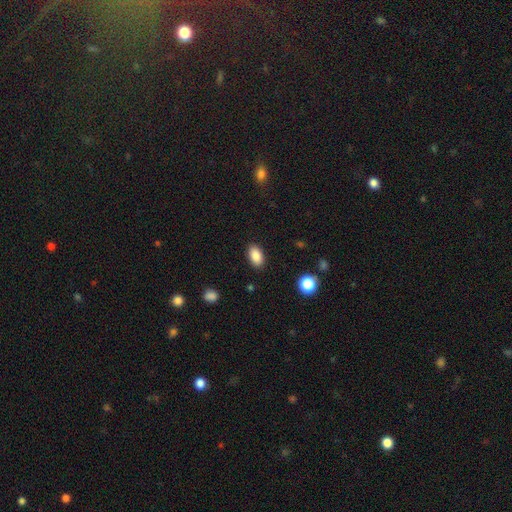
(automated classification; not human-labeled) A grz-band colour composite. It shows a smooth galaxy with no disk features (87%) that is in between round and cigar-shaped (92%). Merging: none (89%).